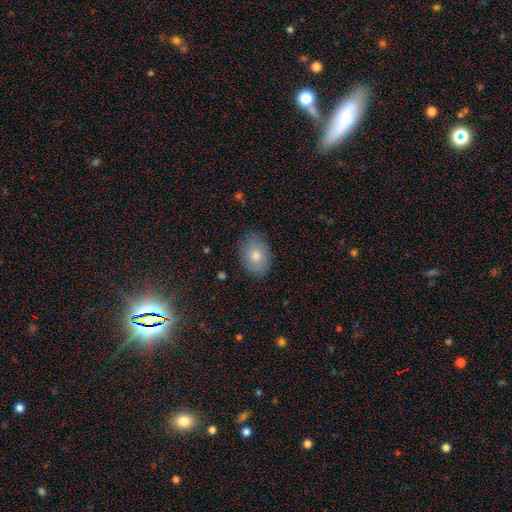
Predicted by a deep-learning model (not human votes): Overall: smooth (75%). How rounded: in between (77%). Merging: none (84%).